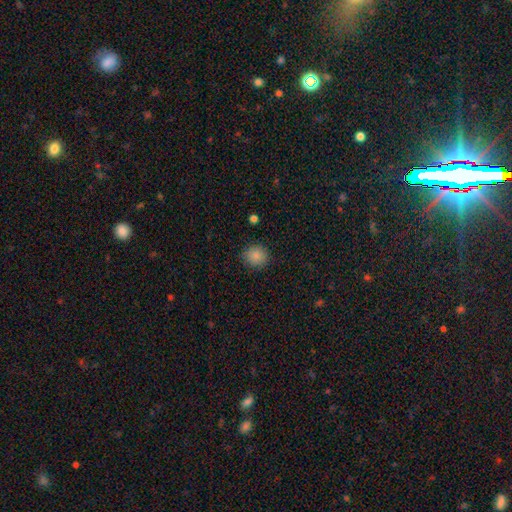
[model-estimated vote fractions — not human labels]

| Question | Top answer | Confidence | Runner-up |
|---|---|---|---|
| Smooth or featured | smooth | 87% | star or artifact (9%) |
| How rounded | round | 85% | in between (14%) |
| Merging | none | 89% | minor disturbance (8%) |